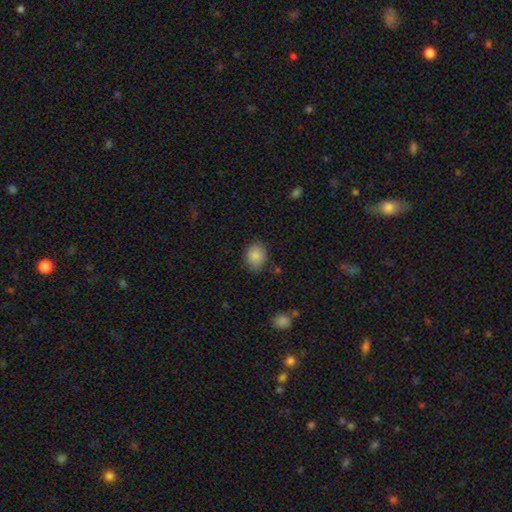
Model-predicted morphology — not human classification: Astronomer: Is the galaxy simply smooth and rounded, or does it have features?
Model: smooth — 87%.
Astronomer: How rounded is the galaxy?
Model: in between — 50% (runner-up: round, 49%).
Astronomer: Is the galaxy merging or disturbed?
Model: none — 76%.